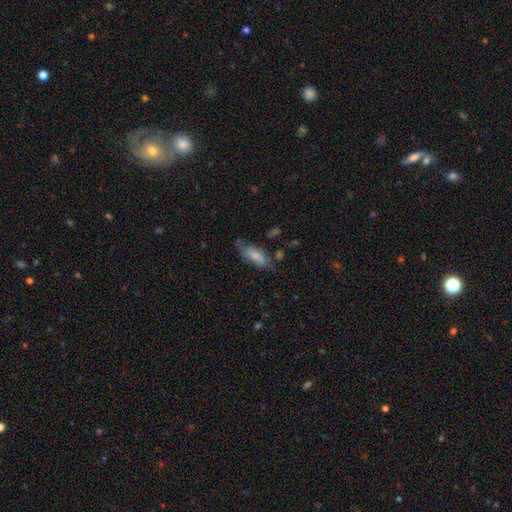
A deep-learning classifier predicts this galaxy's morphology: Smooth or featured: smooth — 71% (featured or disk — 21%)
How rounded: in between — 74% (cigar-shaped — 24%)
Merging: none — 51% (minor disturbance — 31%)